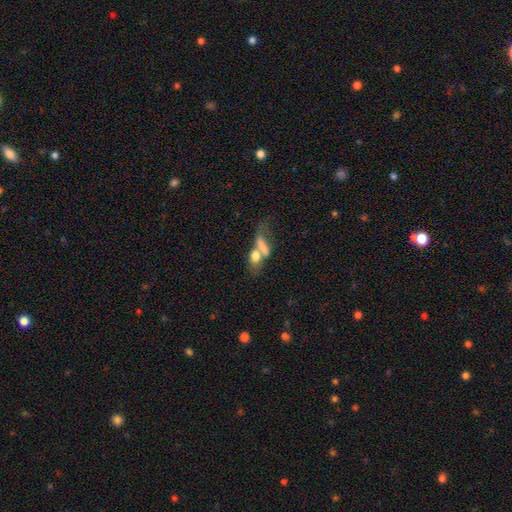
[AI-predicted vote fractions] A smooth galaxy with no disk features (68%) that is in between round and cigar-shaped (65%).

Vote fractions:
- Smooth or featured? smooth: 68% / featured or disk: 22% / star or artifact: 10%
- How rounded? in between: 65% / cigar-shaped: 19% / round: 16%
- Merging? merger: 58% / none: 19% / major disturbance: 14% / minor disturbance: 9%